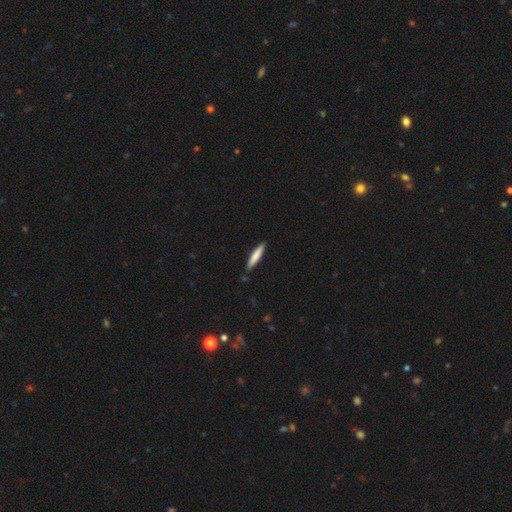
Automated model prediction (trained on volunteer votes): smooth 75%, featured or disk 20%, star or artifact 5%. Down the decision tree: how rounded — cigar-shaped (90%); merging — none (88%).